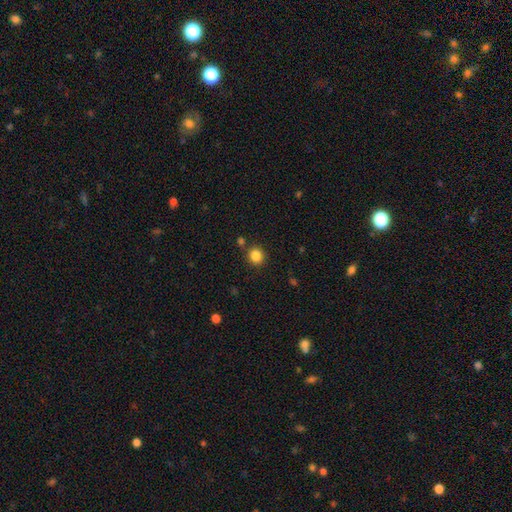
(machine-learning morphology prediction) Overall: smooth (85%). How rounded: round (87%). Merging: none (83%).